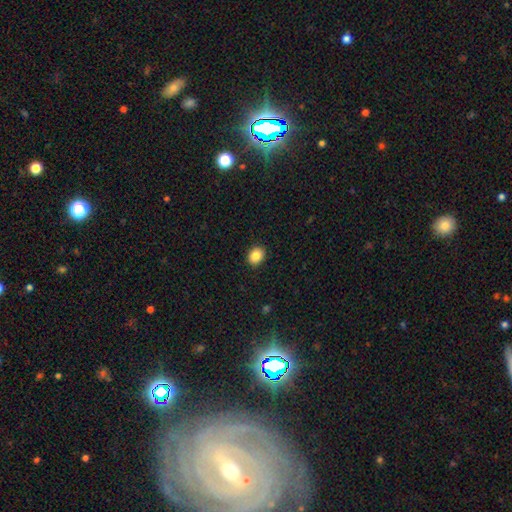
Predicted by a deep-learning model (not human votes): Smooth or featured? Predicted: smooth (p=0.86). How rounded? Predicted: in between (p=0.50). Merging? Predicted: none (p=0.91).